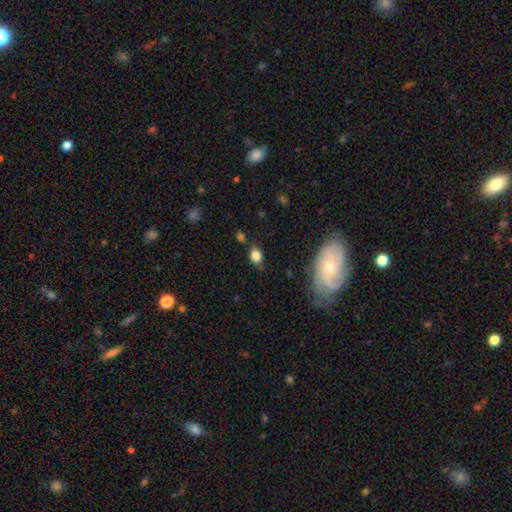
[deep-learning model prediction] Morphology: type=smooth (80%); roundness=in between (73%); merging=none (70%).